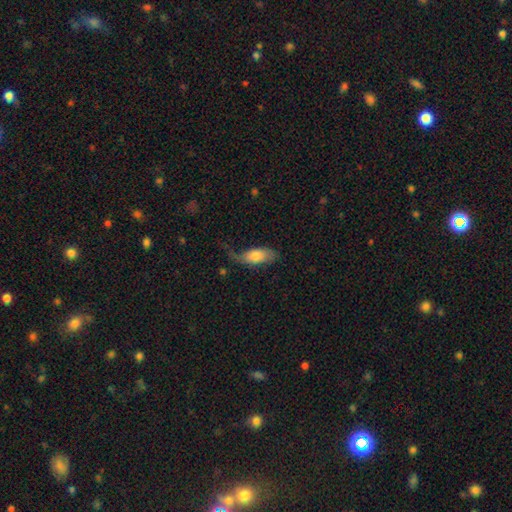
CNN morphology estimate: Smooth or featured?
  - smooth: 63% *
  - featured or disk: 30%
  - star or artifact: 7%
How rounded?
  - in between: 82% *
  - cigar-shaped: 14%
  - round: 3%
Merging?
  - none: 42% *
  - minor disturbance: 29%
  - major disturbance: 27%
  - merger: 3%